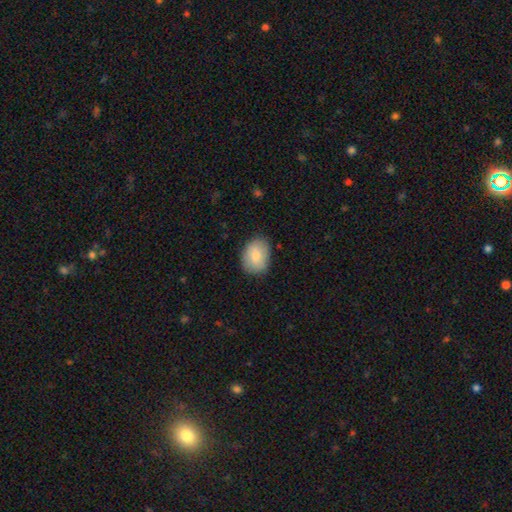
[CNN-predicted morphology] Smooth or featured: smooth — 84% (featured or disk — 10%)
How rounded: in between — 71% (round — 28%)
Merging: none — 80% (minor disturbance — 16%)